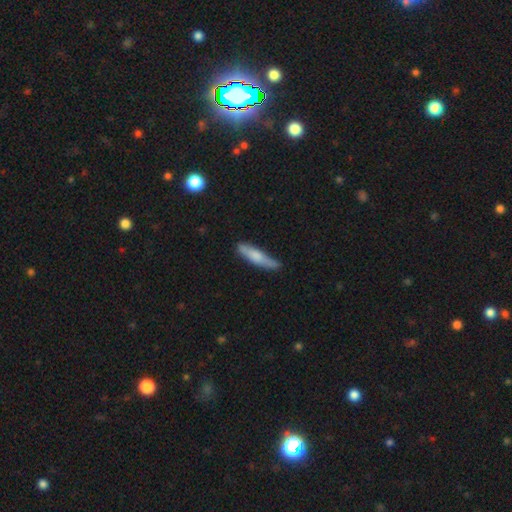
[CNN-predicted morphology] A smooth galaxy with no disk features (67%) that is cigar-shaped (83%).

Vote fractions:
- Smooth or featured? smooth: 67% / featured or disk: 27% / star or artifact: 6%
- How rounded? cigar-shaped: 83% / in between: 15% / round: 2%
- Merging? none: 70% / minor disturbance: 24% / major disturbance: 4% / merger: 2%